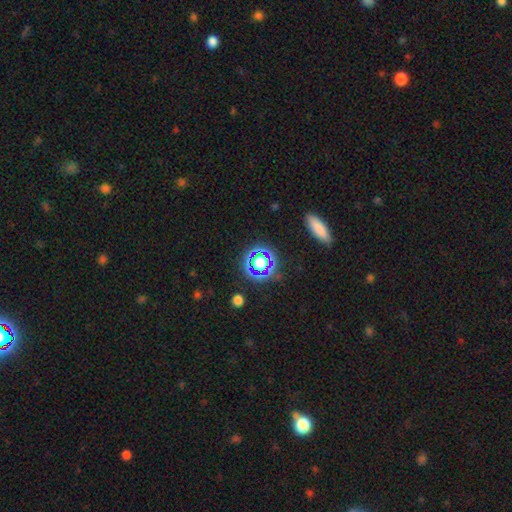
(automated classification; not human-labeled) Smooth or featured? star or artifact (58%)